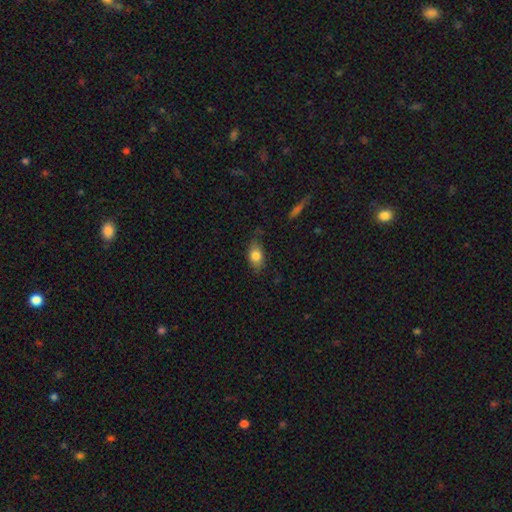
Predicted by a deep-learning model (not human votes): Morphology: type=smooth (80%); roundness=in between (84%); merging=none (76%).